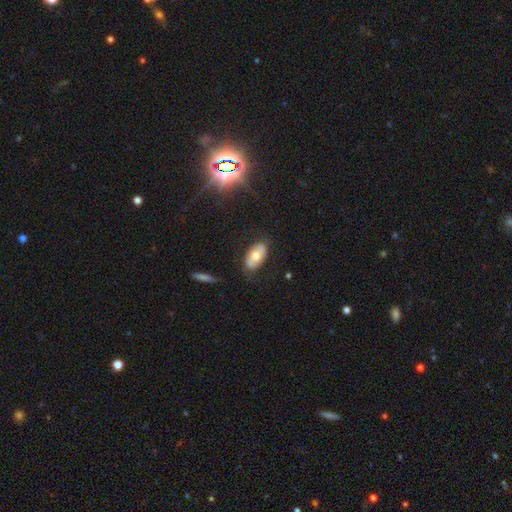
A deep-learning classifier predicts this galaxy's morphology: Smooth or featured?
  - smooth: 64% *
  - featured or disk: 29%
  - star or artifact: 7%
How rounded?
  - in between: 94% *
  - round: 4%
  - cigar-shaped: 2%
Merging?
  - none: 77% *
  - minor disturbance: 17%
  - major disturbance: 5%
  - merger: 2%